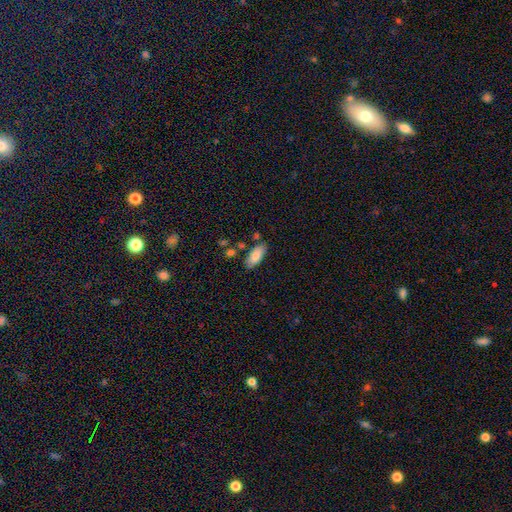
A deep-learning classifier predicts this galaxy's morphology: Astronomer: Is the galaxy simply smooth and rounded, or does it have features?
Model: smooth — 84%.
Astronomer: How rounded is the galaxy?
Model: in between — 85%.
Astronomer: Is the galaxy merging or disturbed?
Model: none — 77%.